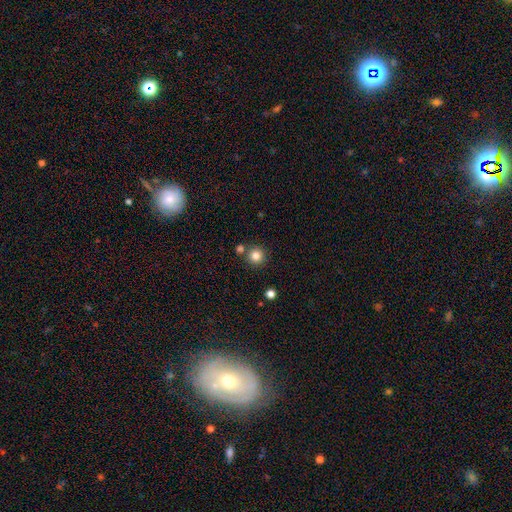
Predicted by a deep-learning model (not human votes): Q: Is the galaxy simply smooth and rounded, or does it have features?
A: smooth — 84%.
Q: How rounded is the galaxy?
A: round — 95%.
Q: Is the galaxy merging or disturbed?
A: none — 80%.